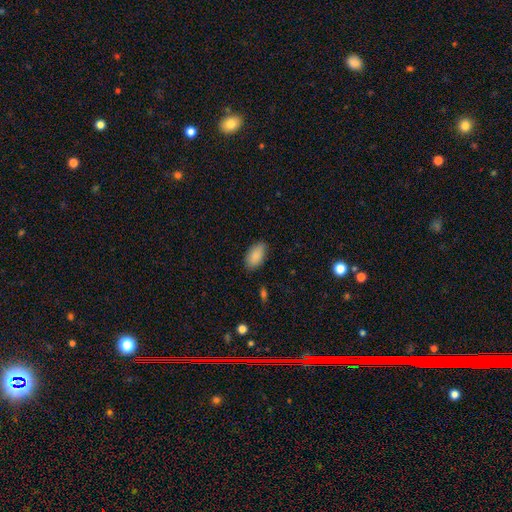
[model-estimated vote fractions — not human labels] Smooth or featured?
  - smooth: 88% *
  - star or artifact: 7%
  - featured or disk: 5%
How rounded?
  - in between: 93% *
  - round: 4%
  - cigar-shaped: 3%
Merging?
  - none: 83% *
  - minor disturbance: 13%
  - major disturbance: 3%
  - merger: 1%